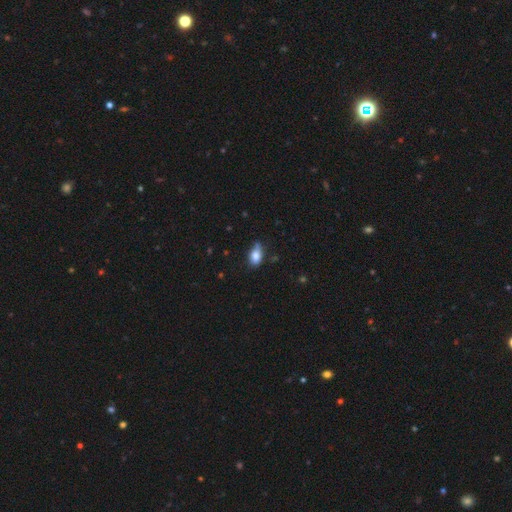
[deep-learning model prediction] Overall: smooth (81%). How rounded: in between (88%). Merging: none (53%; minor disturbance 34%).